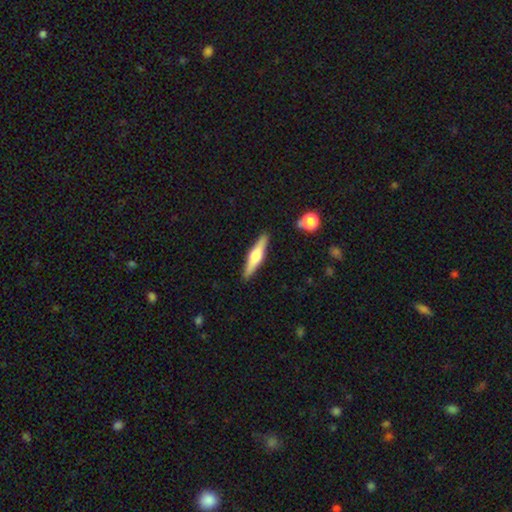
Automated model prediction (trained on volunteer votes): This is possibly a featured or disk galaxy (58%). It is clearly viewed edge-on (96%). Edge-on bulge: clearly rounded (90%). Merging: clearly none (90%).